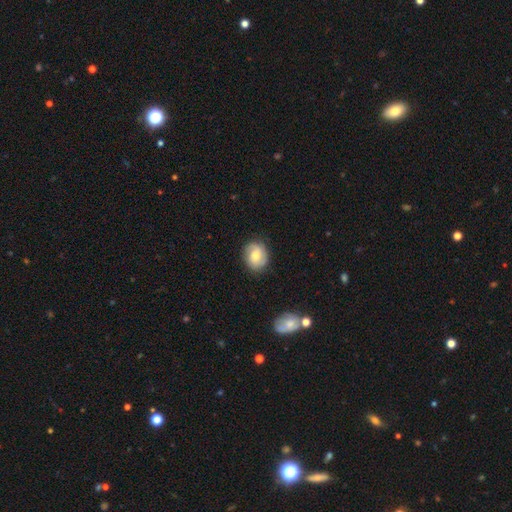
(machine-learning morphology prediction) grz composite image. It shows a smooth galaxy with no disk features (57%) that is round (67%). Merging: none (81%).